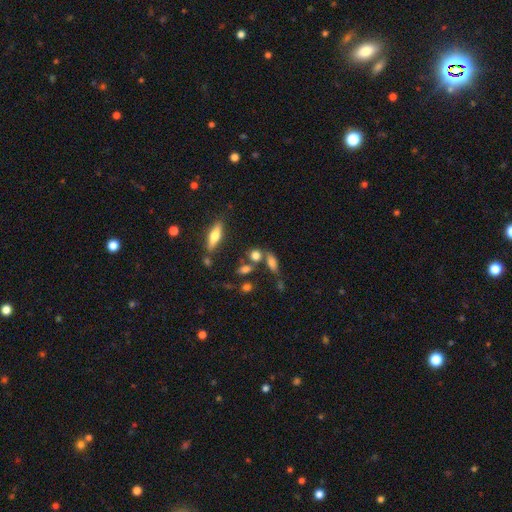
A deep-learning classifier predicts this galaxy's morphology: smooth_or_featured: smooth (p=0.70) [alt: featured or disk p=0.16]
how_rounded: in between (p=0.49) [alt: round p=0.38]
merging: none (p=0.56) [alt: merger p=0.22]